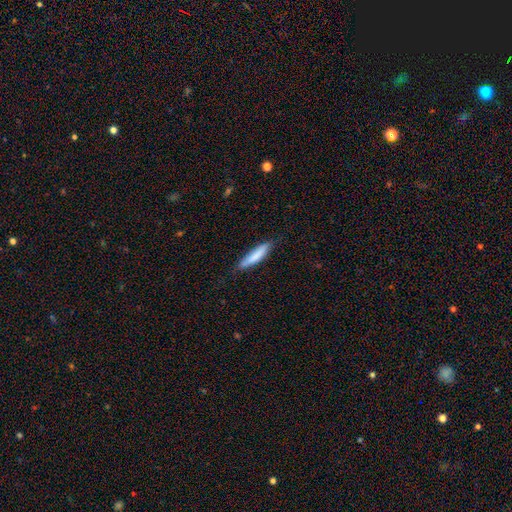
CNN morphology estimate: type=smooth (79%); roundness=cigar-shaped (84%); merging=none (76%).